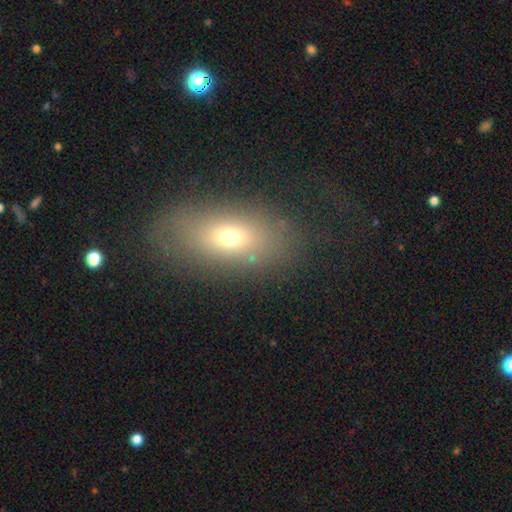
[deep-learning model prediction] Q: Smooth or featured?
A: smooth (64%); runner-up: featured or disk (23%)
Q: How rounded?
A: in between (83%); runner-up: round (10%)
Q: Merging?
A: none (70%); runner-up: minor disturbance (16%)